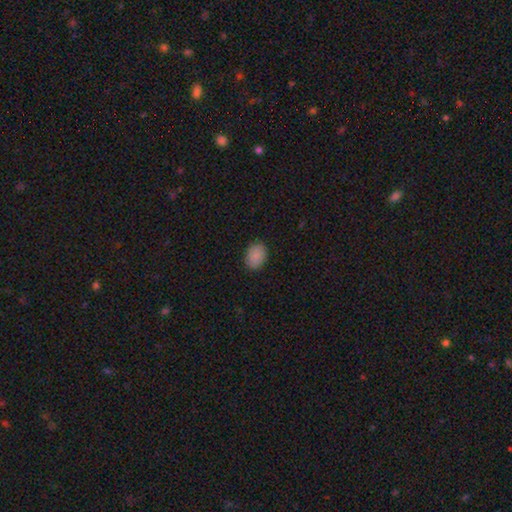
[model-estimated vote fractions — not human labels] smooth-or-featured: smooth: 89% | star or artifact: 8% | featured or disk: 4%
  how-rounded: in between: 75% | round: 24% | cigar-shaped: 1%
  merging: none: 88% | minor disturbance: 9% | major disturbance: 2% | merger: 1%